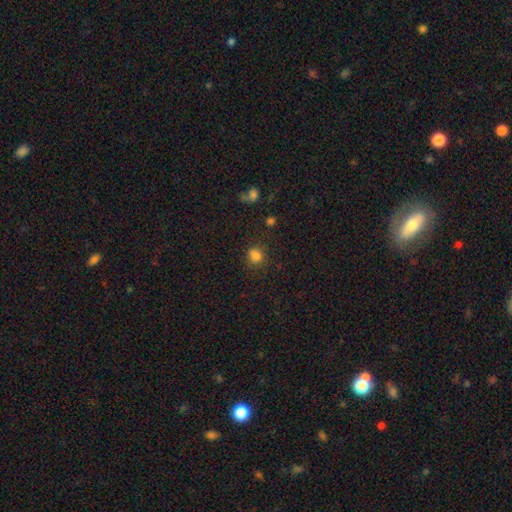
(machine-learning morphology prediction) type=smooth (79%); roundness=round (80%); merging=none (75%).